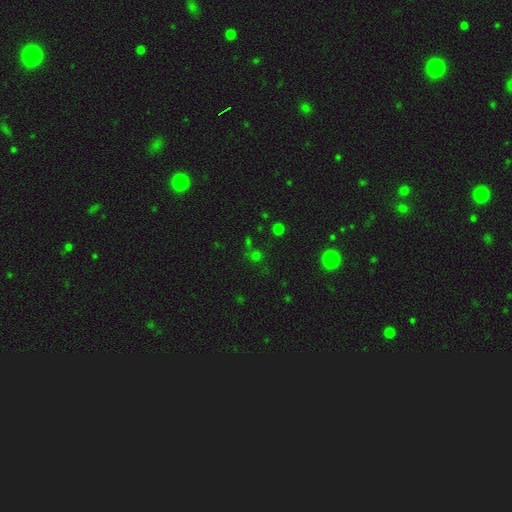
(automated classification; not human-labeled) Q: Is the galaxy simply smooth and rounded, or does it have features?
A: smooth — 51%.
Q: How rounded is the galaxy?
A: round — 86%.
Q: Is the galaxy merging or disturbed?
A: none — 66%.